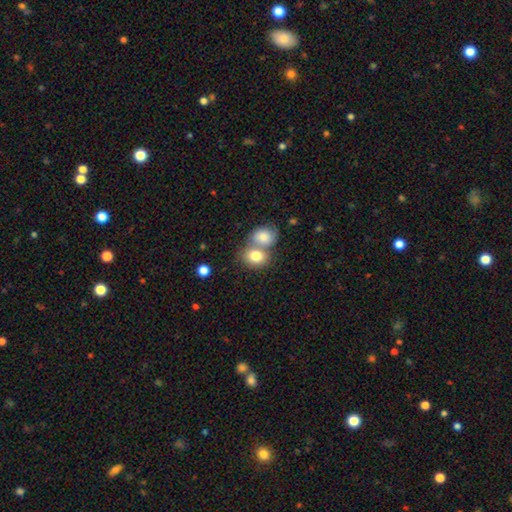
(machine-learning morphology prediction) A smooth galaxy with no disk features (80%) that is in between round and cigar-shaped (51%). Merging: merger (59%).